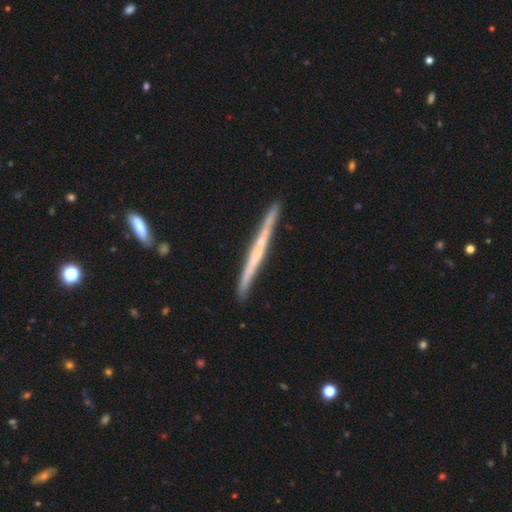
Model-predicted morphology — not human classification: Overall: featured or disk (66%; smooth 29%). Edge-on disk: yes (97%). Edge-on bulge: none (71%). Merging: none (87%).